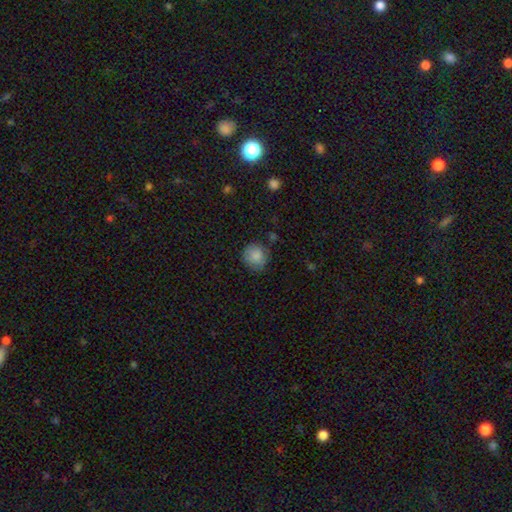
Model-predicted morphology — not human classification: smooth_or_featured: smooth (p=0.86) [alt: star or artifact p=0.08]
how_rounded: round (p=0.87) [alt: in between p=0.12]
merging: none (p=0.76) [alt: minor disturbance p=0.18]